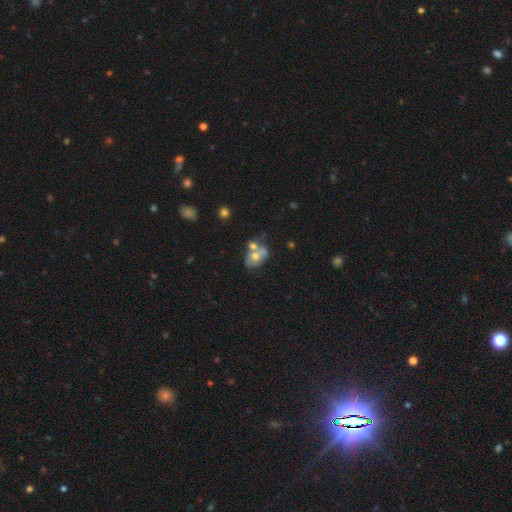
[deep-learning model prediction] Overall: smooth (50%; featured or disk 40%). How rounded: in between (71%). Merging: merger (47%; none 31%).